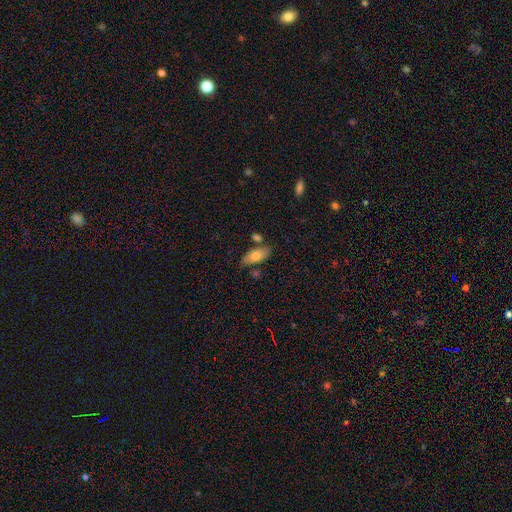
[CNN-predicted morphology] A smooth galaxy with no disk features (73%) that is in between round and cigar-shaped (85%). Merging: none (72%).